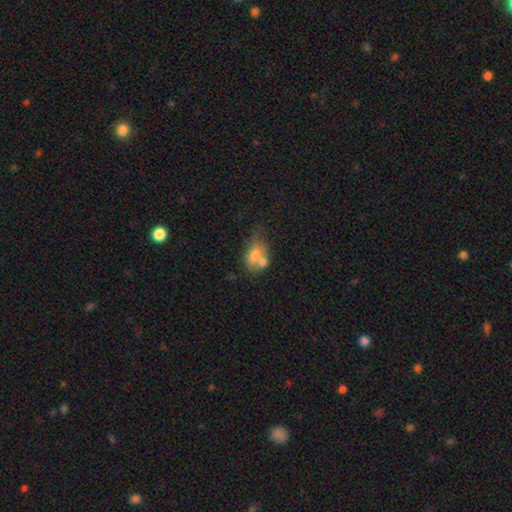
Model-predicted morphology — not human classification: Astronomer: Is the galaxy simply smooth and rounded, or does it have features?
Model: smooth — 68%.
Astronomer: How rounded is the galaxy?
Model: in between — 73%.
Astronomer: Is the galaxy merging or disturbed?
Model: merger — 50%.